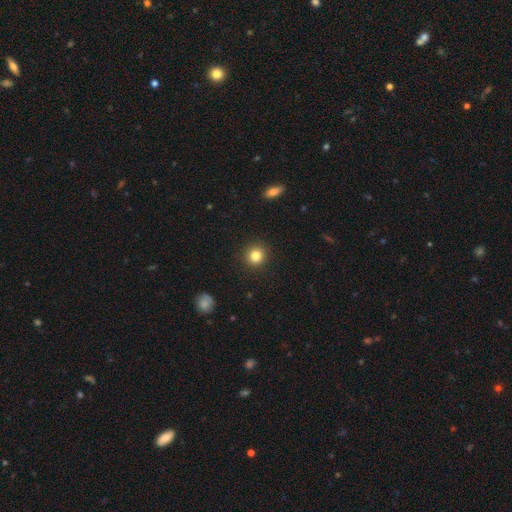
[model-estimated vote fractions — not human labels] Smooth or featured? smooth (83%)
How rounded? round (92%)
Merging? none (91%)